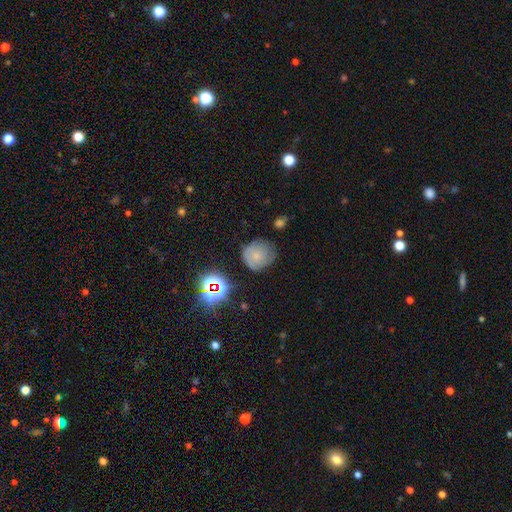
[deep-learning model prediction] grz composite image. It shows a smooth galaxy with no disk features (58%) that is round (83%). Merging: none (63%).